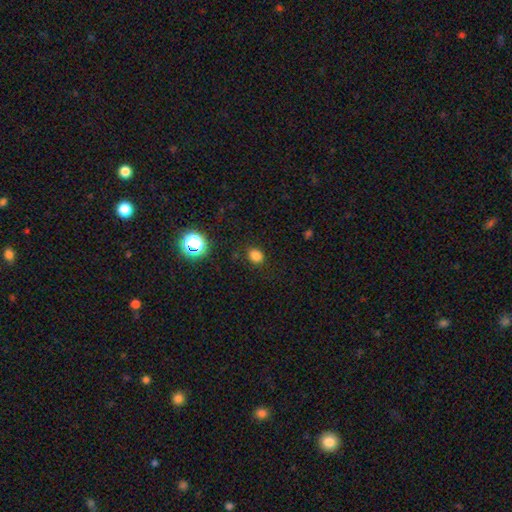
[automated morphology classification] The model was most divided on "how rounded": round: 60%, in between: 39%, cigar-shaped: 1%. More confident: merging — none (87%); smooth or featured — smooth (80%).